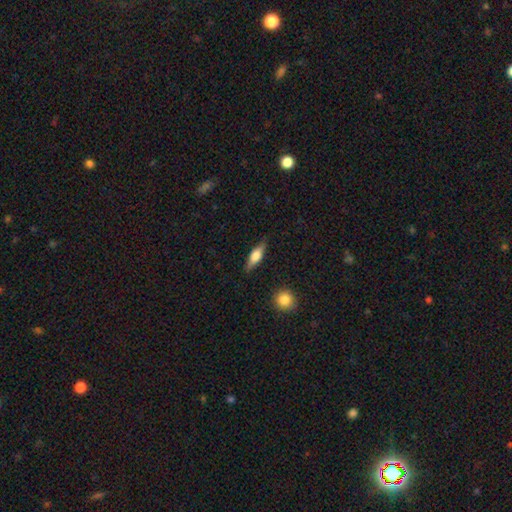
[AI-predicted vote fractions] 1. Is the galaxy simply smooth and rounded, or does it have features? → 59% smooth, 35% featured or disk, 6% star or artifact.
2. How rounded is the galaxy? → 52% in between, 45% cigar-shaped, 4% round.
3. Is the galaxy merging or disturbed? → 84% none, 11% minor disturbance, 3% major disturbance, 2% merger.